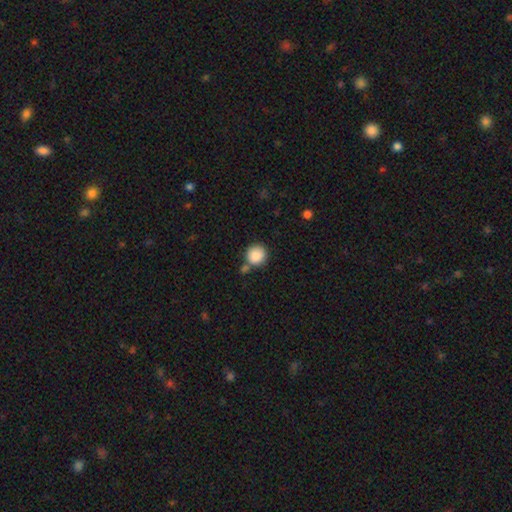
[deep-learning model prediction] This is clearly a smooth galaxy (88%). How rounded: clearly round (91%). Merging: likely none (70%).